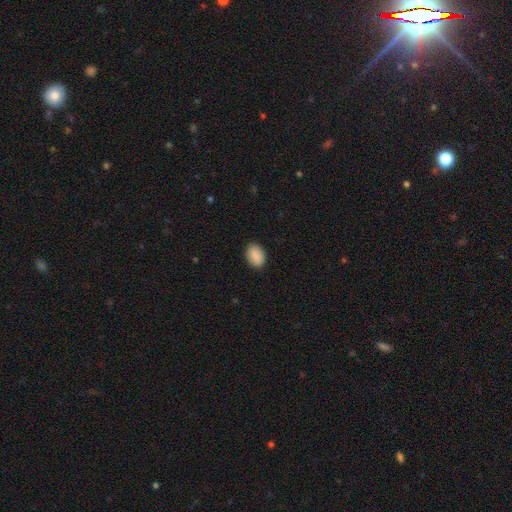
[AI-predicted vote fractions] This is clearly a smooth galaxy (89%). How rounded: clearly in between (82%). Merging: clearly none (87%).